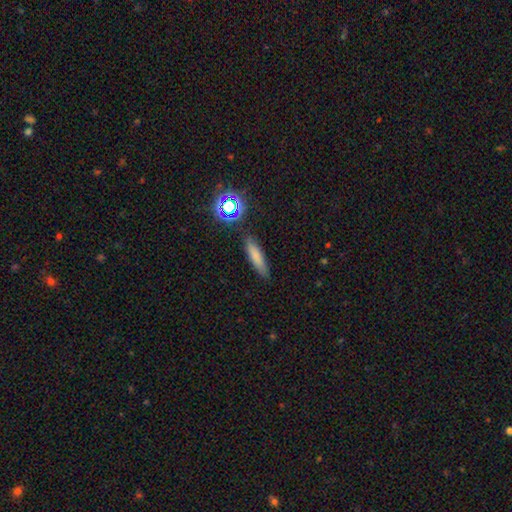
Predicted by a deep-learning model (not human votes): smooth_or_featured: smooth (p=0.73) [alt: star or artifact p=0.14]
how_rounded: cigar-shaped (p=0.77) [alt: in between p=0.20]
merging: none (p=0.83) [alt: minor disturbance p=0.11]